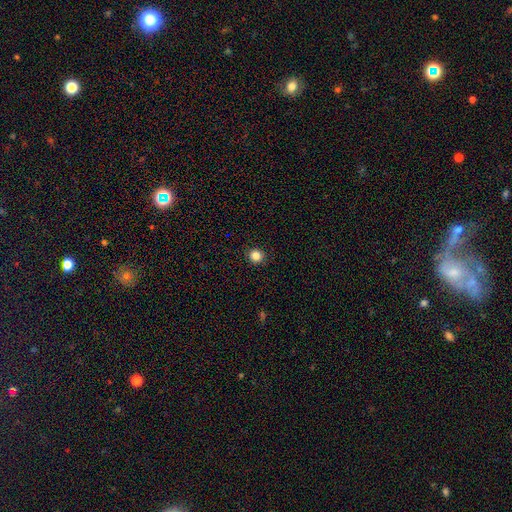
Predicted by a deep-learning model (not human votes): Morphology: type=smooth (84%); roundness=round (91%); merging=none (93%).